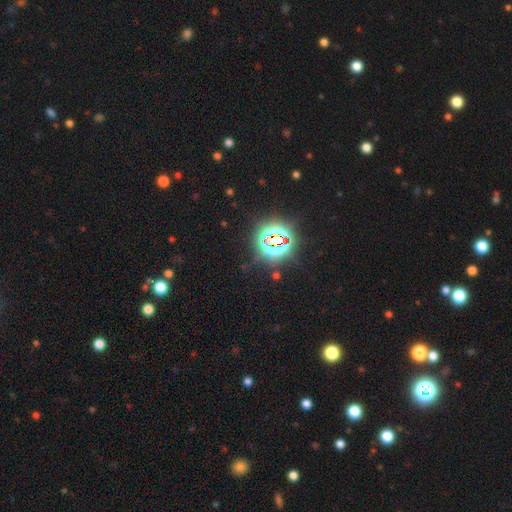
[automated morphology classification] Smooth or featured? star or artifact (82%)